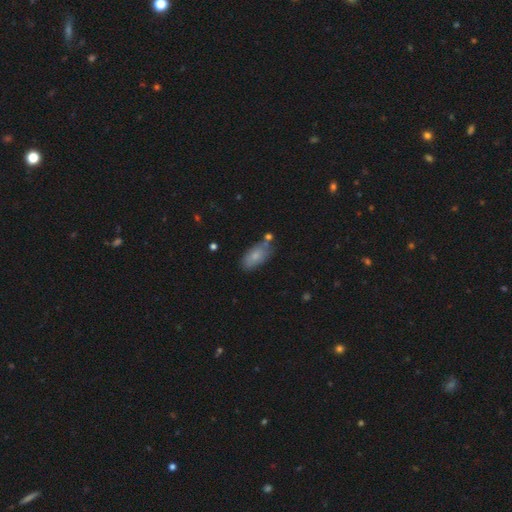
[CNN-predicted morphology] A smooth galaxy with no disk features (77%) that is in between round and cigar-shaped (89%).

Vote fractions:
- Smooth or featured? smooth: 77% / featured or disk: 16% / star or artifact: 7%
- How rounded? in between: 89% / cigar-shaped: 8% / round: 3%
- Merging? none: 67% / minor disturbance: 19% / merger: 10% / major disturbance: 4%